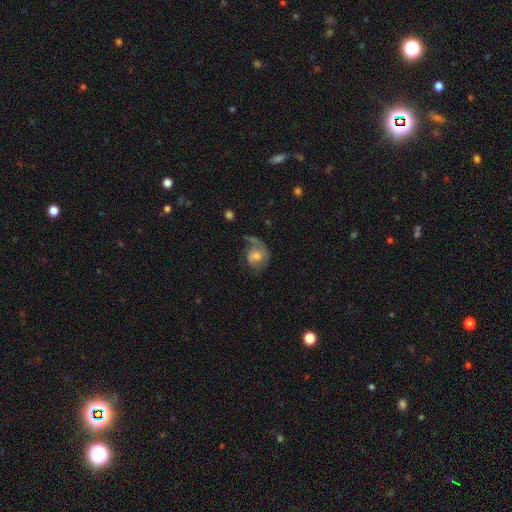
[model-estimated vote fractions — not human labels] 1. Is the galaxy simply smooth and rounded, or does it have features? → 52% featured or disk, 39% smooth, 9% star or artifact.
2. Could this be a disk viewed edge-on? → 97% no, 3% yes.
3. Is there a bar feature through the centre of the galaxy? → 72% no, 24% weak, 4% strong.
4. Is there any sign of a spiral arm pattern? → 77% yes, 23% no.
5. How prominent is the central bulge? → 50% moderate, 31% small, 11% large, 7% none, 2% dominant.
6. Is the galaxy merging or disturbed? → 38% none, 34% major disturbance, 23% minor disturbance, 5% merger.